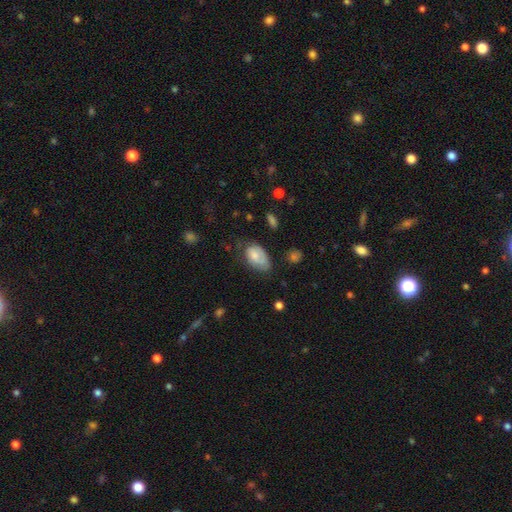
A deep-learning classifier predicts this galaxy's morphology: Smooth or featured?
  - smooth: 68% *
  - featured or disk: 25%
  - star or artifact: 7%
How rounded?
  - in between: 92% *
  - round: 7%
  - cigar-shaped: 2%
Merging?
  - none: 43% *
  - minor disturbance: 37%
  - major disturbance: 18%
  - merger: 3%